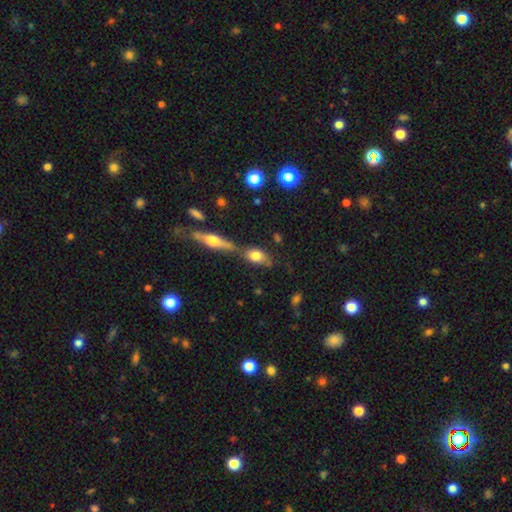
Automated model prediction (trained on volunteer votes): Morphology: type=smooth (71%); roundness=in between (79%); merging=none (47%).